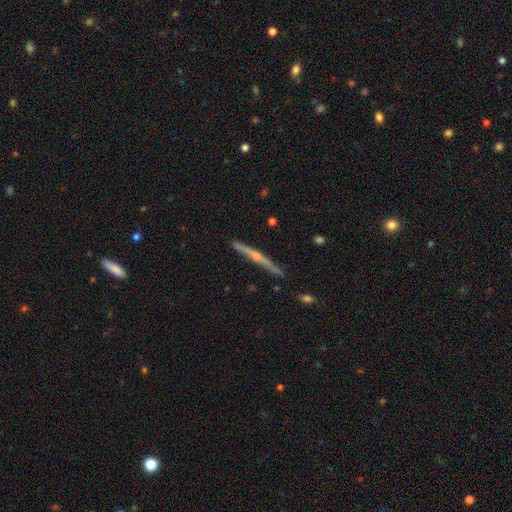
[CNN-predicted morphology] Smooth or featured? Predicted: featured or disk (p=0.76). Edge-on disk? Predicted: yes (p=0.98). Edge-on bulge? Predicted: rounded (p=0.79). Merging? Predicted: none (p=0.89).